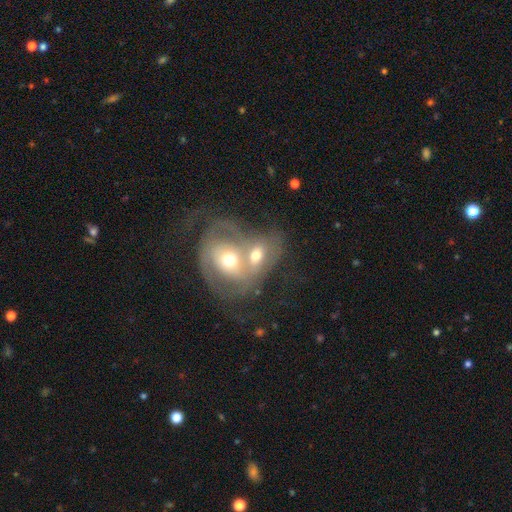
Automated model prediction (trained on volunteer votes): A featured or disk galaxy (58%) with no bar (67%), spiral arms (57%) and a moderate central bulge (66%).

Vote fractions:
- Smooth or featured? featured or disk: 58% / smooth: 34% / star or artifact: 8%
- Edge-on disk? no: 95% / yes: 5%
- Bar? no: 67% / weak: 23% / strong: 9%
- Spiral arms? yes: 57% / no: 43%
- Bulge size? moderate: 66% / small: 21% / large: 9% / none: 2% / dominant: 2%
- Merging? merger: 73% / none: 14% / major disturbance: 7% / minor disturbance: 6%